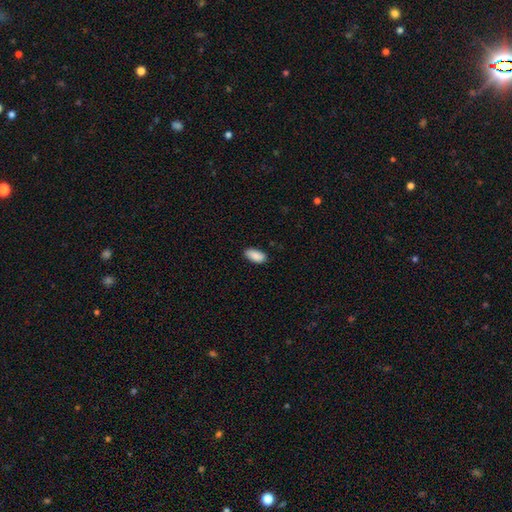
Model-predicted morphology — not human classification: A smooth galaxy with no disk features (89%) that is in between round and cigar-shaped (93%).

Vote fractions:
- Smooth or featured? smooth: 89% / star or artifact: 6% / featured or disk: 5%
- How rounded? in between: 93% / cigar-shaped: 4% / round: 2%
- Merging? none: 85% / minor disturbance: 12% / major disturbance: 2% / merger: 1%